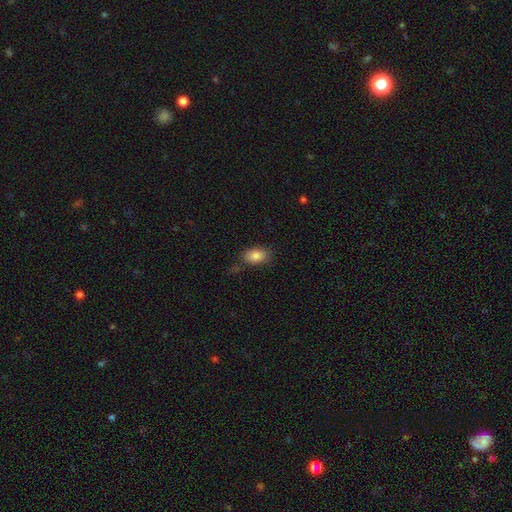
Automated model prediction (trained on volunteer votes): A smooth galaxy with no disk features (84%) that is in between round and cigar-shaped (87%). Merging: none (71%).